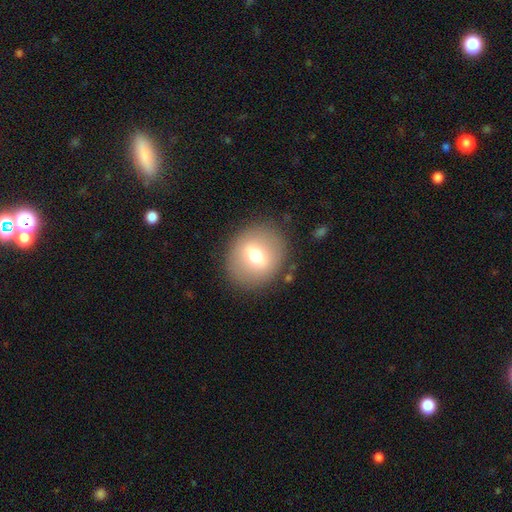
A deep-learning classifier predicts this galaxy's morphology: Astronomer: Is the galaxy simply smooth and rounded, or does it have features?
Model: smooth — 64%.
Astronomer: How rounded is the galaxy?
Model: round — 77%.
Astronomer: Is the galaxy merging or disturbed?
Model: none — 86%.